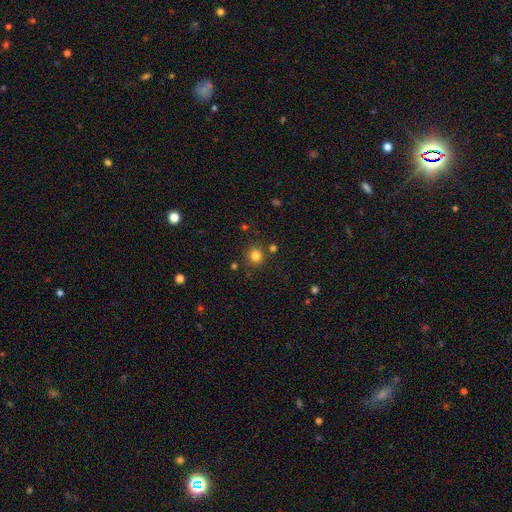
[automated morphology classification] Smooth or featured? Predicted: smooth (p=0.80). How rounded? Predicted: round (p=0.93). Merging? Predicted: none (p=0.86).